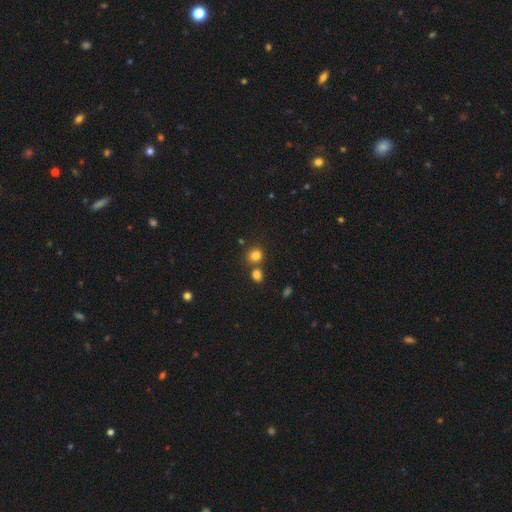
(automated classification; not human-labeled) Smooth or featured?
  - smooth: 81% *
  - star or artifact: 13%
  - featured or disk: 6%
How rounded?
  - round: 80% *
  - in between: 19%
  - cigar-shaped: 1%
Merging?
  - none: 63% *
  - merger: 26%
  - minor disturbance: 8%
  - major disturbance: 3%